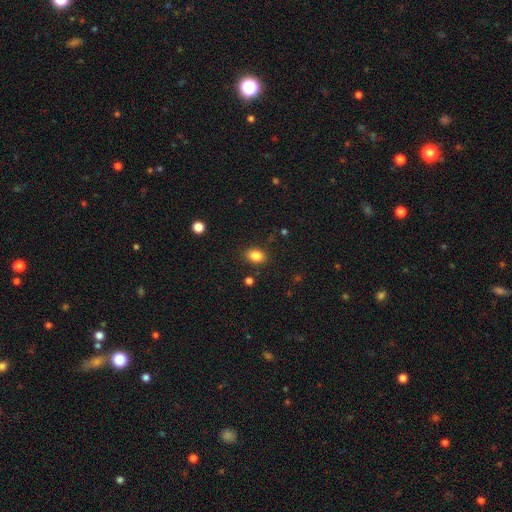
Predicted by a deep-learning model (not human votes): Smooth or featured: smooth — 85% (star or artifact — 10%)
How rounded: in between — 78% (round — 21%)
Merging: none — 86% (minor disturbance — 9%)